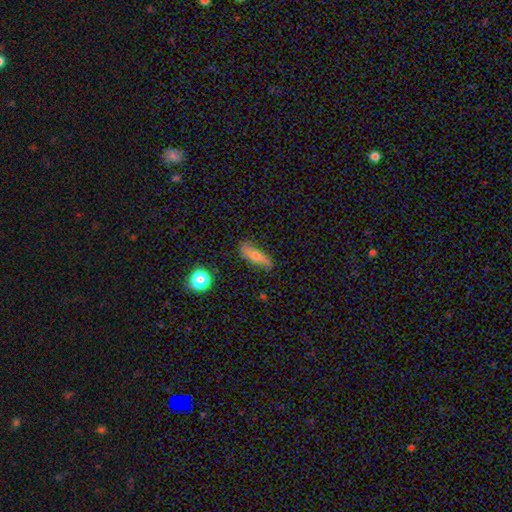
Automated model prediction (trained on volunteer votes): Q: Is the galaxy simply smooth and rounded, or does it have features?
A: smooth — 51%.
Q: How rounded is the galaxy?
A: cigar-shaped — 47%, tied with in between.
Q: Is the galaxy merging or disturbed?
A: none — 68%.